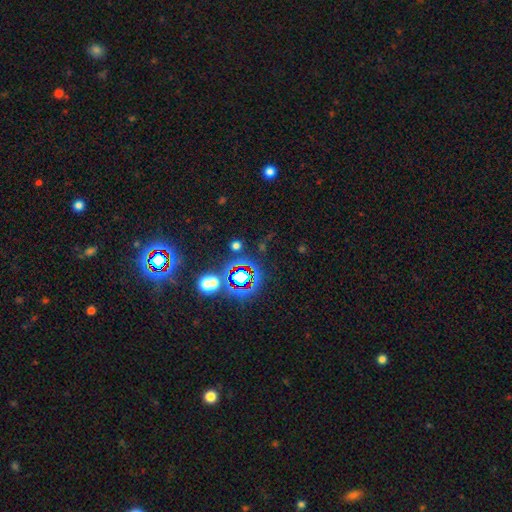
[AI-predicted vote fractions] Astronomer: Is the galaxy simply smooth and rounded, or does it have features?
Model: star or artifact — 70%.